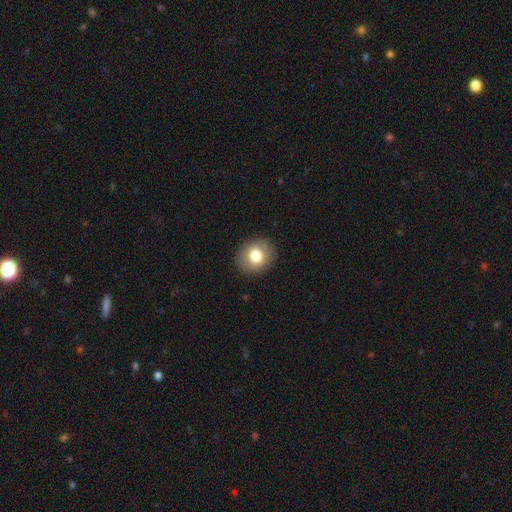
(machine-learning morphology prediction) Smooth or featured: smooth — 78% (featured or disk — 13%)
How rounded: round — 67% (in between — 32%)
Merging: none — 89% (minor disturbance — 7%)